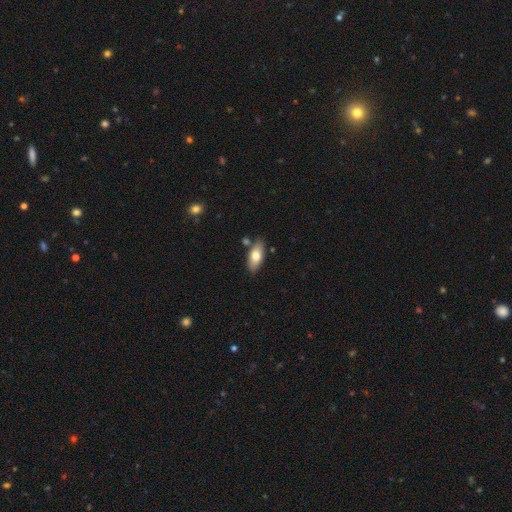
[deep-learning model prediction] Smooth or featured?
  - smooth: 75% *
  - featured or disk: 19%
  - star or artifact: 6%
How rounded?
  - in between: 87% *
  - cigar-shaped: 10%
  - round: 3%
Merging?
  - none: 78% *
  - minor disturbance: 13%
  - merger: 6%
  - major disturbance: 2%